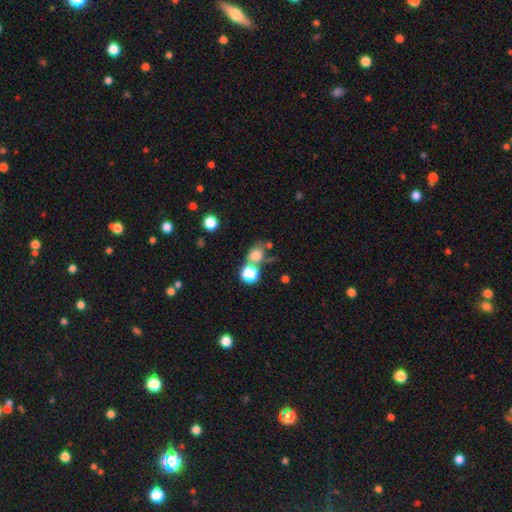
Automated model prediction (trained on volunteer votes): This is likely a smooth galaxy (70%). How rounded: likely round (62%). Merging: marginally none (44%).